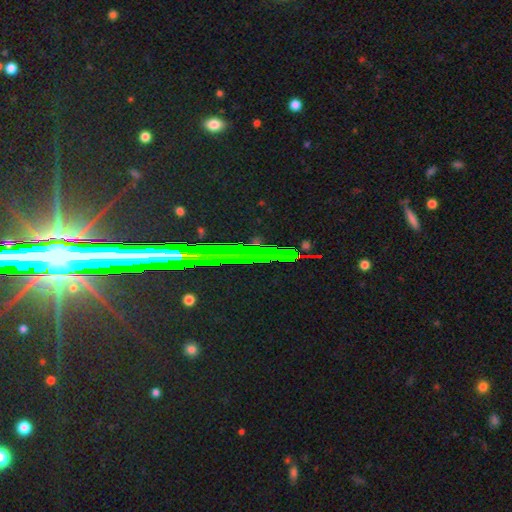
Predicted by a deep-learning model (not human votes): A star or artifact, not a galaxy (68%).